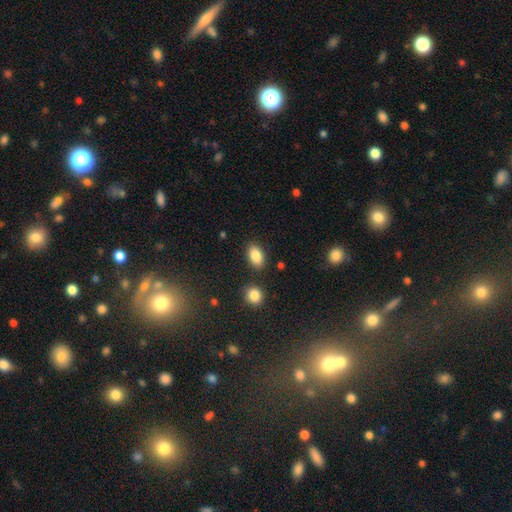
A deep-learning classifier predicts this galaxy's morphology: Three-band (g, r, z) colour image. It shows a smooth galaxy with no disk features (88%) that is in between round and cigar-shaped (91%). Merging: none (85%).